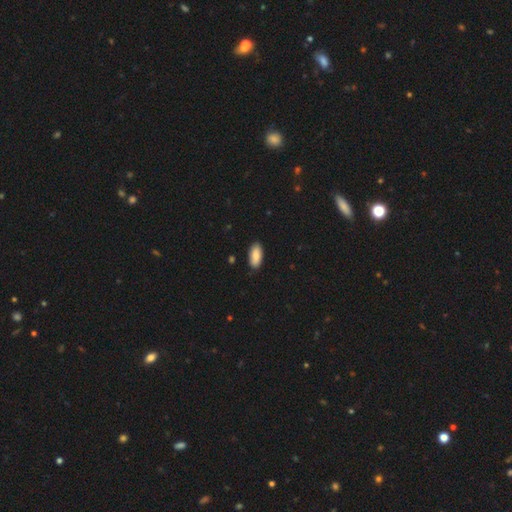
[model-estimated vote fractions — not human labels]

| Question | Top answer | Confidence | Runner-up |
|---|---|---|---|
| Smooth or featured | smooth | 85% | featured or disk (9%) |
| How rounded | in between | 90% | cigar-shaped (8%) |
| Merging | none | 88% | minor disturbance (10%) |